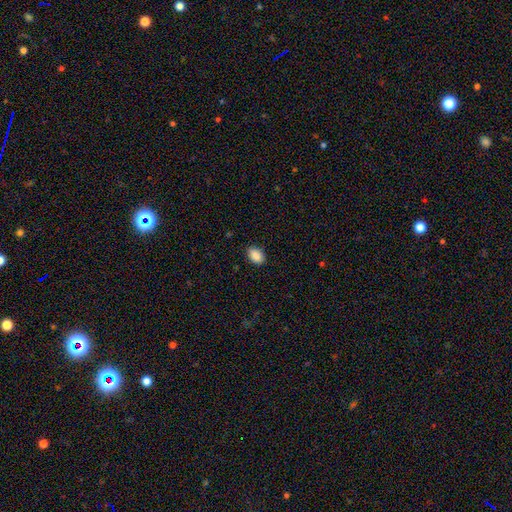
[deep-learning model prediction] smooth_or_featured: smooth (p=0.90) [alt: star or artifact p=0.07]
how_rounded: in between (p=0.83) [alt: round p=0.15]
merging: none (p=0.88) [alt: minor disturbance p=0.09]